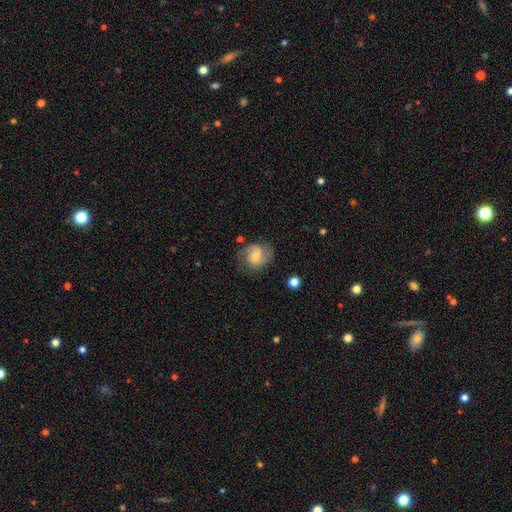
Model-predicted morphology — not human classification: Q: Smooth or featured?
A: featured or disk (58%); runner-up: smooth (34%)
Q: Edge-on disk?
A: no (98%); runner-up: yes (2%)
Q: Bar?
A: no (55%); runner-up: weak (38%)
Q: Spiral arms?
A: yes (91%); runner-up: no (9%)
Q: Spiral winding?
A: medium (47%); runner-up: tight (27%)
Q: Spiral arm count?
A: 2 (77%); runner-up: can't tell (10%)
Q: Bulge size?
A: small (50%); runner-up: moderate (30%)
Q: Merging?
A: none (67%); runner-up: minor disturbance (21%)